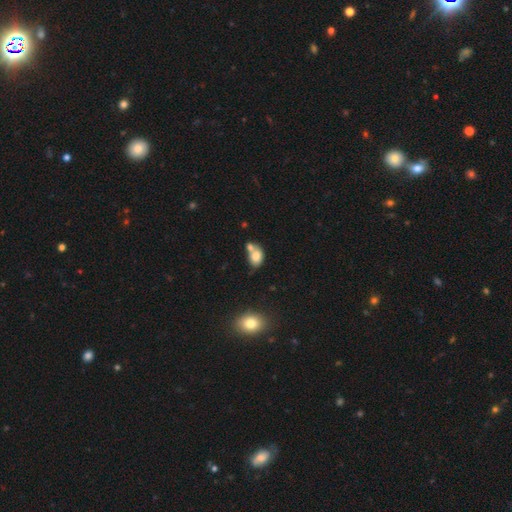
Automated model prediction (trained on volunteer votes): Smooth or featured?
  - smooth: 76% *
  - featured or disk: 15%
  - star or artifact: 9%
How rounded?
  - in between: 72% *
  - round: 26%
  - cigar-shaped: 1%
Merging?
  - merger: 53% *
  - none: 30%
  - minor disturbance: 12%
  - major disturbance: 5%